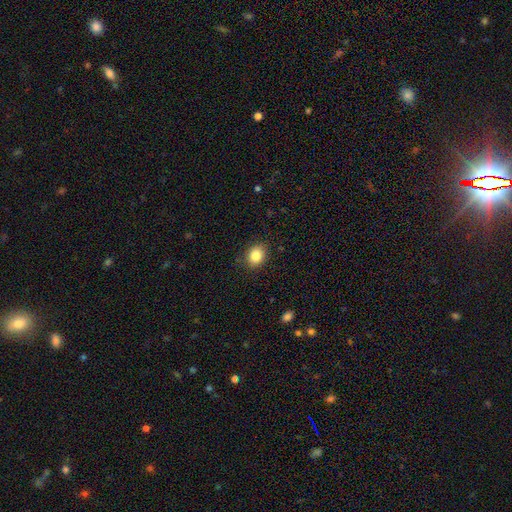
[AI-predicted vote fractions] smooth 85%, star or artifact 10%, featured or disk 6%. Down the decision tree: how rounded — round (54%); merging — none (87%).